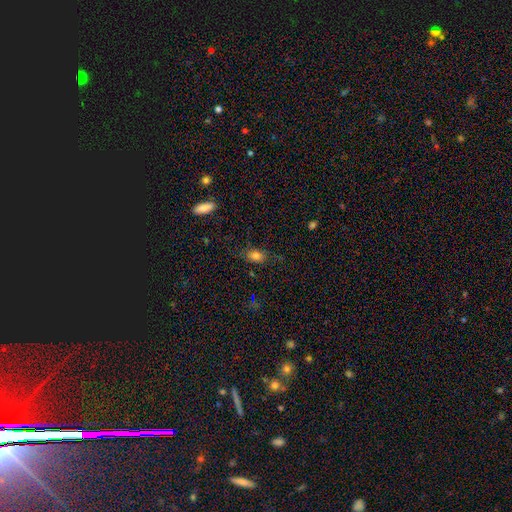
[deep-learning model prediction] Smooth or featured: smooth — 80% (star or artifact — 12%)
How rounded: in between — 79% (round — 18%)
Merging: none — 76% (minor disturbance — 17%)